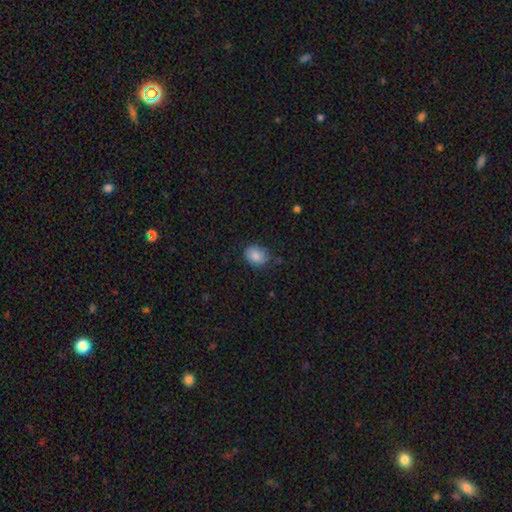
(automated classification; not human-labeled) smooth 86%, star or artifact 8%, featured or disk 6%. Down the decision tree: how rounded — in between (59%); merging — none (78%).